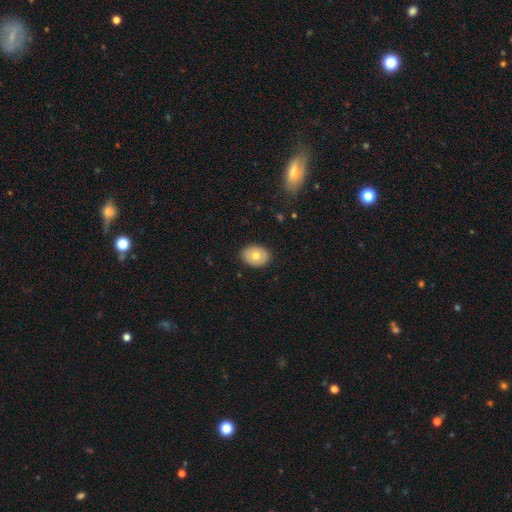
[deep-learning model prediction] Overall: smooth (65%; featured or disk 28%). How rounded: in between (59%; round 40%). Merging: none (88%).